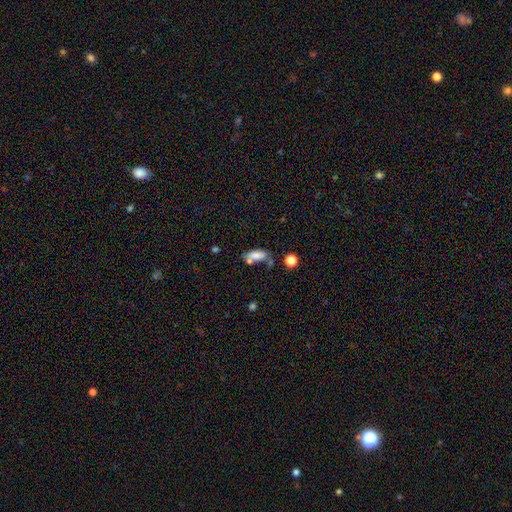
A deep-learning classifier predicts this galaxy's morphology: Overall: smooth (78%). How rounded: in between (81%). Merging: none (45%; merger 23%).